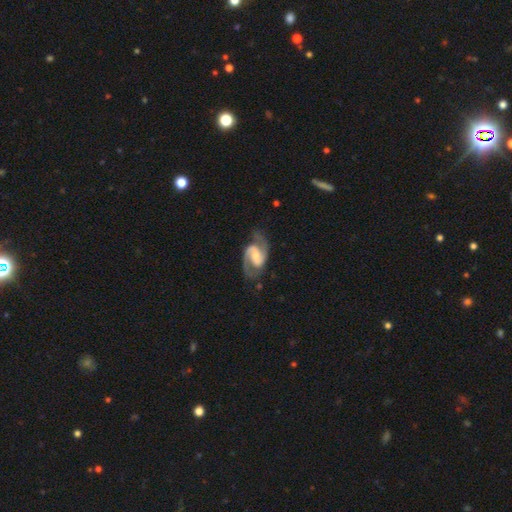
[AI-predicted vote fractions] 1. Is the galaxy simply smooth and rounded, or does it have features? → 91% featured or disk, 5% smooth, 4% star or artifact.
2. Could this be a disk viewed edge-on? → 98% no, 2% yes.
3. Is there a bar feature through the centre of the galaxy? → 49% weak, 27% strong, 24% no.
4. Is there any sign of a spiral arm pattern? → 98% yes, 2% no.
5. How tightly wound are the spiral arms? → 61% medium, 23% tight, 16% loose.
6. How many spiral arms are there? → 94% 2, 2% can't tell, 1% 1, 1% 3, 1% 4, 1% more than 4.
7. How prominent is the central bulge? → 42% moderate, 39% small, 11% none, 7% large, 1% dominant.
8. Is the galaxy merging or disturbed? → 78% none, 15% minor disturbance, 5% major disturbance, 1% merger.